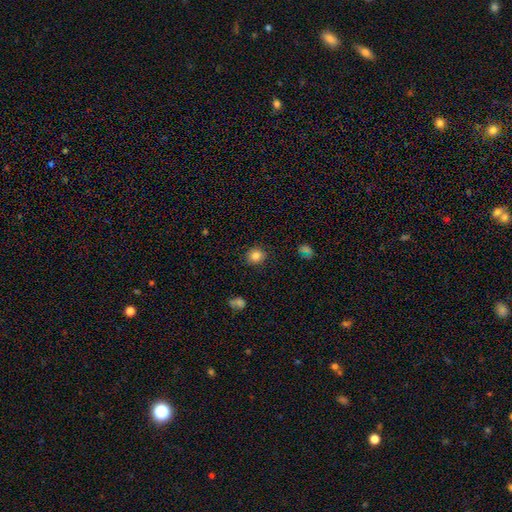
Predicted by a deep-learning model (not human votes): Smooth or featured? smooth (83%)
How rounded? round (82%)
Merging? none (87%)